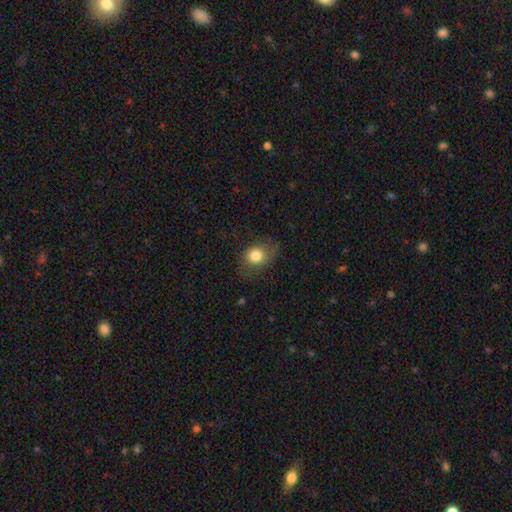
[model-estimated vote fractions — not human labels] smooth 78%, featured or disk 13%, star or artifact 9%. Down the decision tree: how rounded — round (52%); merging — none (64%).